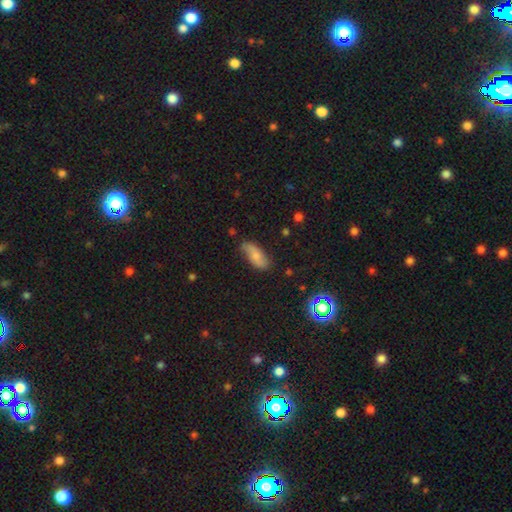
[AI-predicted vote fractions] Morphology: type=smooth (71%); roundness=in between (84%); merging=none (67%).